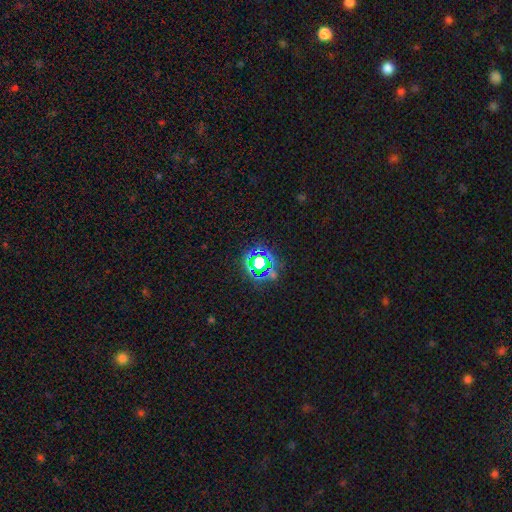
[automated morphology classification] star or artifact 64%, smooth 26%, featured or disk 10%.